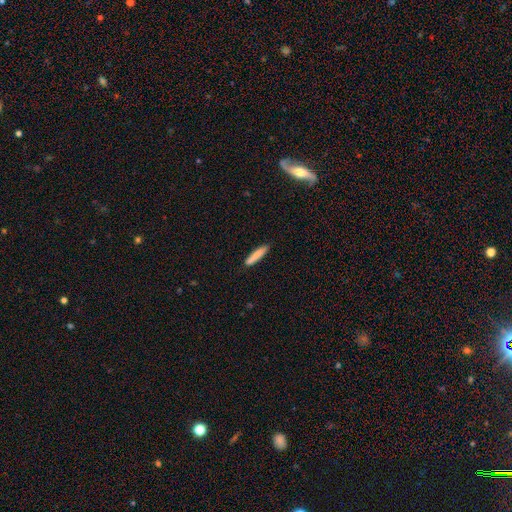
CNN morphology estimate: Smooth or featured? Predicted: smooth (p=0.84). How rounded? Predicted: cigar-shaped (p=0.89). Merging? Predicted: none (p=0.86).